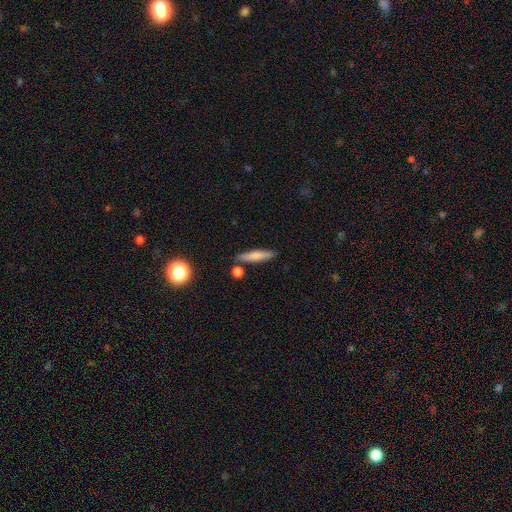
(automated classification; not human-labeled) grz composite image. It shows a smooth galaxy with no disk features (71%) that is cigar-shaped (84%). Merging: none (81%).